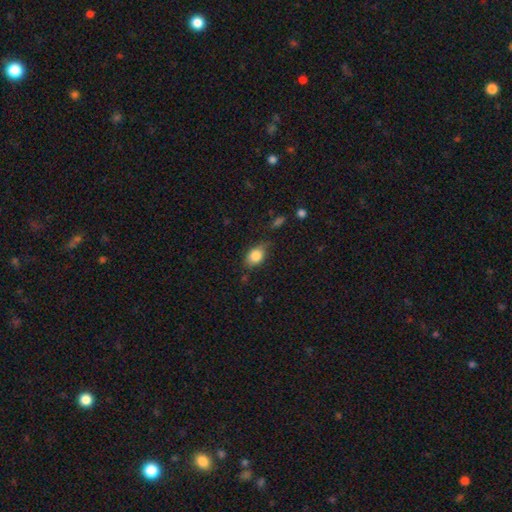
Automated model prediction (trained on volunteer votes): smooth 83%, featured or disk 8%, star or artifact 8%. Down the decision tree: how rounded — in between (78%); merging — none (61%).